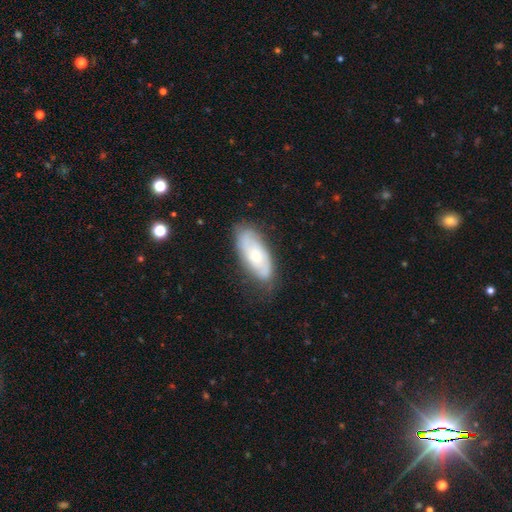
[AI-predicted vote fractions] featured or disk 60%, smooth 34%, star or artifact 6%. Down the decision tree: edge-on disk — no (89%); bar — no (73%); spiral arms — yes (83%); bulge size — small (54%); merging — none (75%).